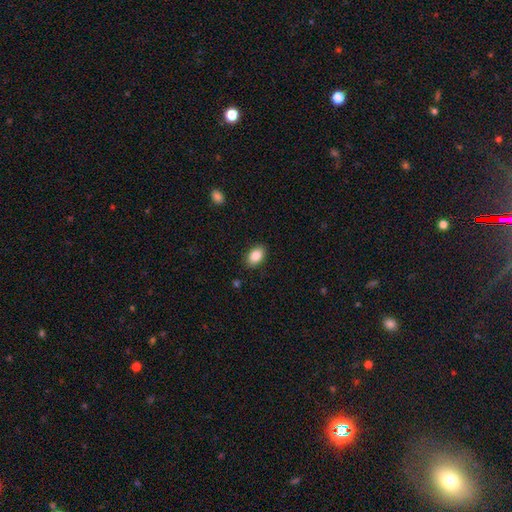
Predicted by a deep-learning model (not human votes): Q: Smooth or featured?
A: smooth (86%); runner-up: star or artifact (8%)
Q: How rounded?
A: in between (88%); runner-up: round (11%)
Q: Merging?
A: none (87%); runner-up: minor disturbance (10%)